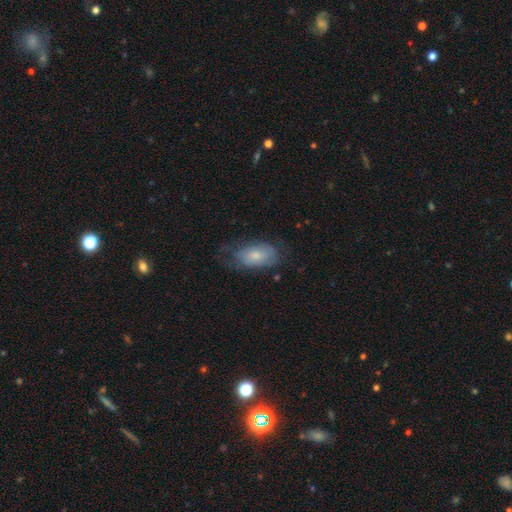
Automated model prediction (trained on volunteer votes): Smooth or featured?
  - smooth: 63% *
  - featured or disk: 29%
  - star or artifact: 8%
How rounded?
  - in between: 92% *
  - round: 5%
  - cigar-shaped: 3%
Merging?
  - none: 52% *
  - minor disturbance: 30%
  - major disturbance: 17%
  - merger: 2%